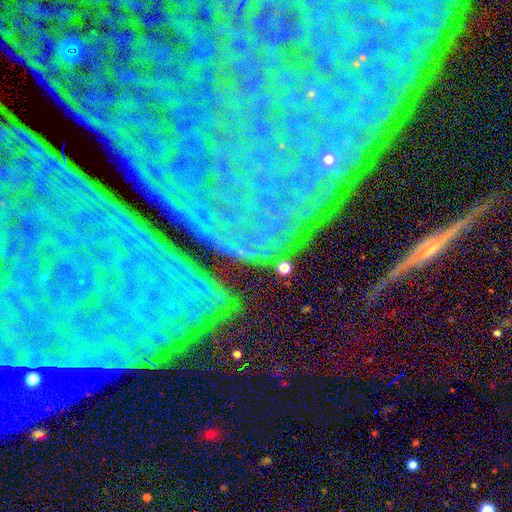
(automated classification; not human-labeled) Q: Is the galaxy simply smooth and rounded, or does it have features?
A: star or artifact — 78%.